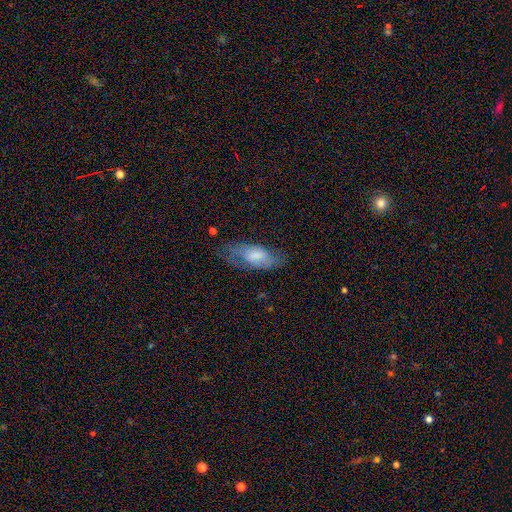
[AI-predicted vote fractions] This is likely a smooth galaxy (62%). How rounded: clearly in between (81%). Merging: possibly none (57%).